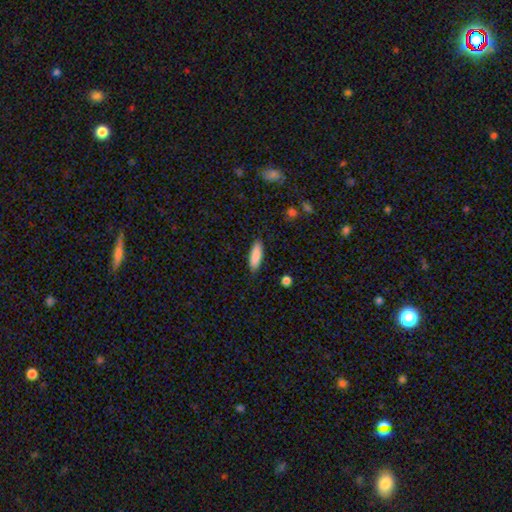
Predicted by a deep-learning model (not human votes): smooth_or_featured: smooth (p=0.88) [alt: star or artifact p=0.06]
how_rounded: in between (p=0.54) [alt: cigar-shaped p=0.45]
merging: none (p=0.87) [alt: minor disturbance p=0.09]